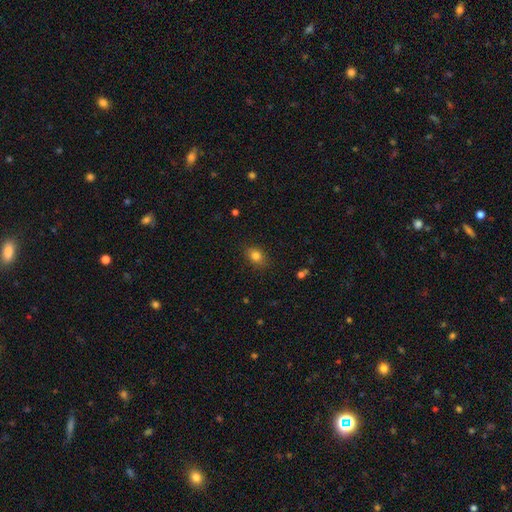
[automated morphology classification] Overall: smooth (82%). How rounded: in between (62%; round 36%). Merging: none (84%).